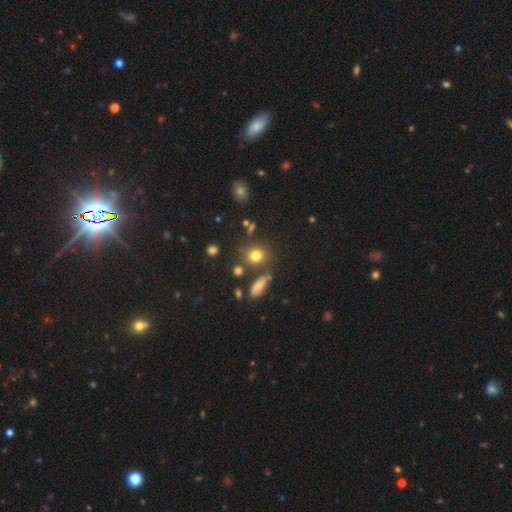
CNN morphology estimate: smooth-or-featured: smooth: 76% | star or artifact: 15% | featured or disk: 10%
  how-rounded: round: 77% | in between: 22% | cigar-shaped: 2%
  merging: none: 74% | minor disturbance: 12% | merger: 10% | major disturbance: 4%